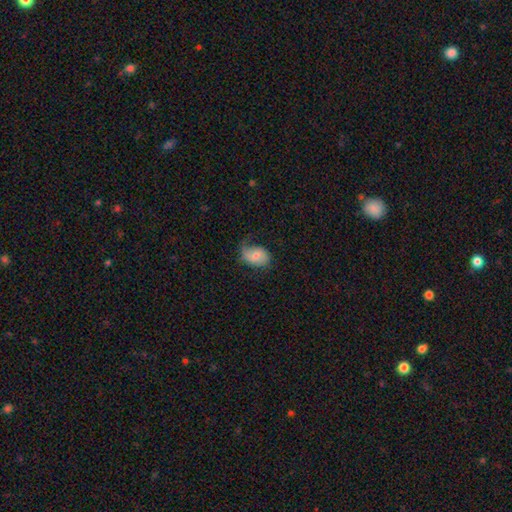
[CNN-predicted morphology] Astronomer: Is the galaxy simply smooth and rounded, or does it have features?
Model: smooth — 57% (runner-up: featured or disk, 36%).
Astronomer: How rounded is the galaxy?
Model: in between — 73%.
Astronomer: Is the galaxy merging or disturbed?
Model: none — 44% (runner-up: minor disturbance, 32%).